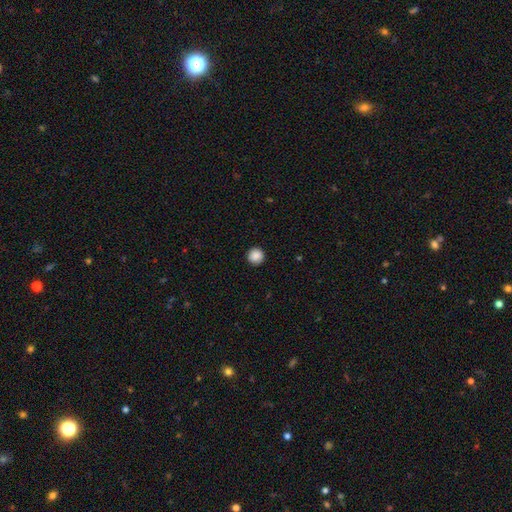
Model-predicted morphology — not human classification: This is clearly a smooth galaxy (89%). How rounded: clearly round (96%). Merging: clearly none (93%).